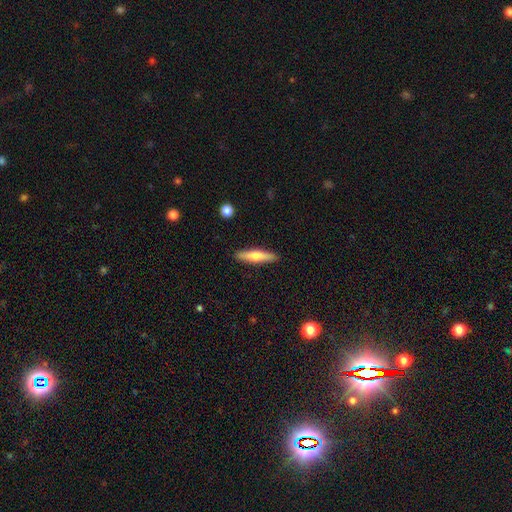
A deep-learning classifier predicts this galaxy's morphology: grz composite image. It shows a smooth galaxy with no disk features (58%) that is cigar-shaped (83%). Merging: none (90%).